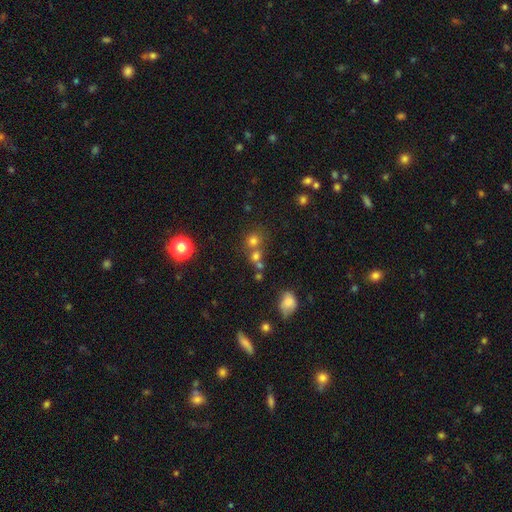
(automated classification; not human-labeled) Smooth or featured: smooth — 68% (star or artifact — 21%)
How rounded: round — 80% (in between — 19%)
Merging: none — 48% (merger — 40%)